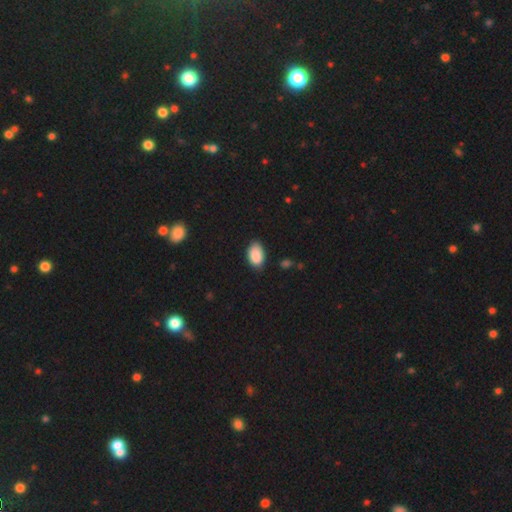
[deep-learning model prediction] A smooth galaxy with no disk features (89%) that is in between round and cigar-shaped (92%). Merging: none (79%).